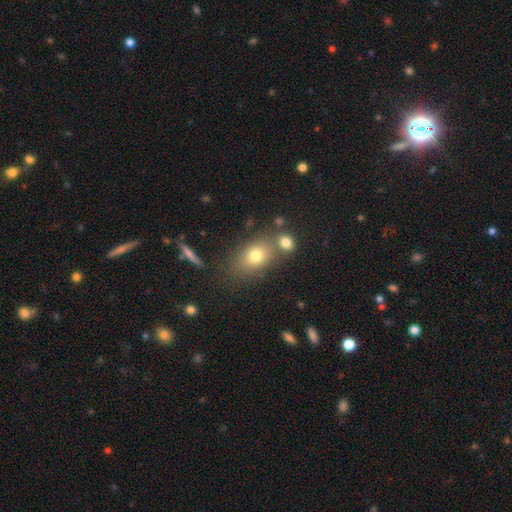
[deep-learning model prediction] A smooth galaxy with no disk features (74%) that is in between round and cigar-shaped (72%). Merging: none (61%).